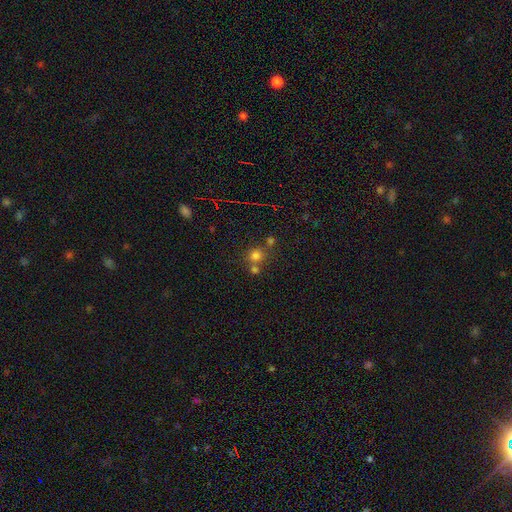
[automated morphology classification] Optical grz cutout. It shows a smooth galaxy with no disk features (72%) that is round (88%). Merging: none (60%).